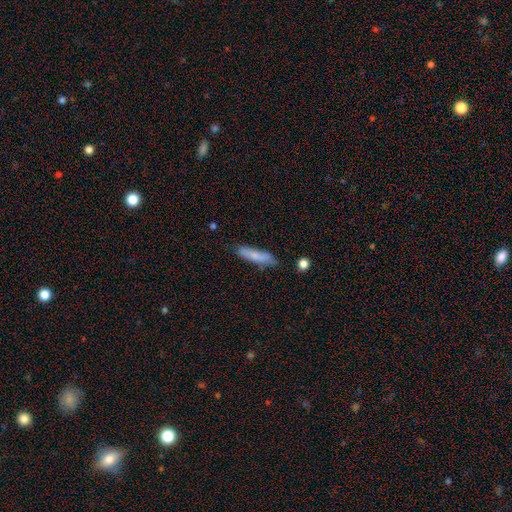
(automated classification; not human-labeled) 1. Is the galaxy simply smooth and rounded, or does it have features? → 73% smooth, 20% featured or disk, 7% star or artifact.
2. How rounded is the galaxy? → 78% cigar-shaped, 20% in between, 2% round.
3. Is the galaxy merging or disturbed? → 74% none, 19% minor disturbance, 4% major disturbance, 3% merger.